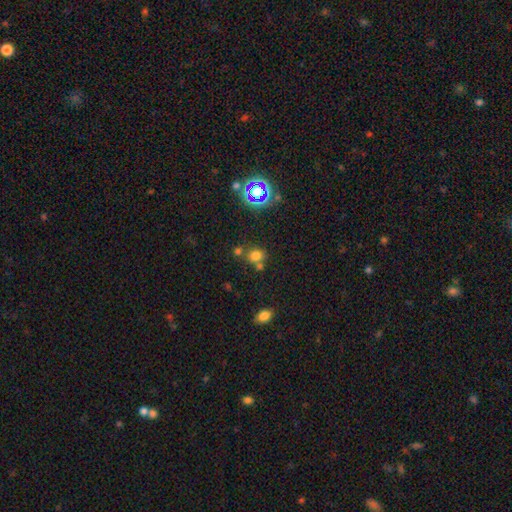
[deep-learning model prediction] Smooth or featured?
  - smooth: 69% *
  - star or artifact: 23%
  - featured or disk: 8%
How rounded?
  - round: 71% *
  - in between: 28%
  - cigar-shaped: 1%
Merging?
  - none: 60% *
  - merger: 25%
  - minor disturbance: 11%
  - major disturbance: 5%